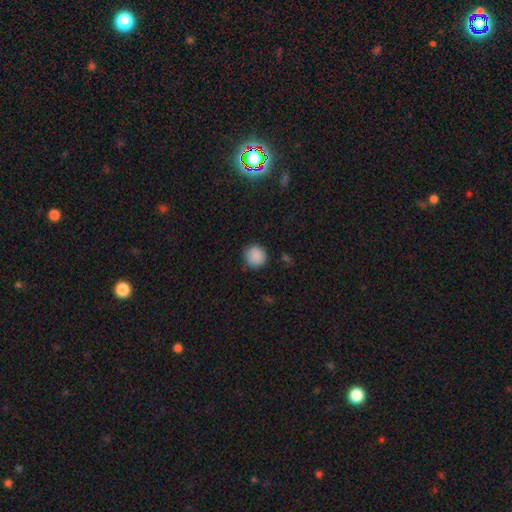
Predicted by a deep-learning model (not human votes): Overall: smooth (88%). How rounded: round (91%). Merging: none (84%).